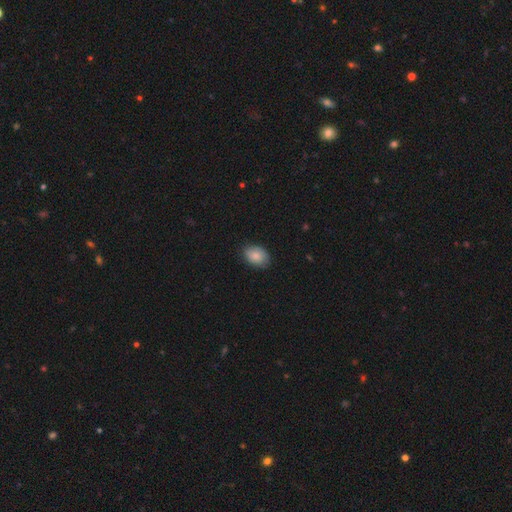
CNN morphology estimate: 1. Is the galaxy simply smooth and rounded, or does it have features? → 83% smooth, 10% featured or disk, 7% star or artifact.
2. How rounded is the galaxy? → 81% in between, 18% round, 1% cigar-shaped.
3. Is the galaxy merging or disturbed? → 81% none, 15% minor disturbance, 3% major disturbance, 1% merger.